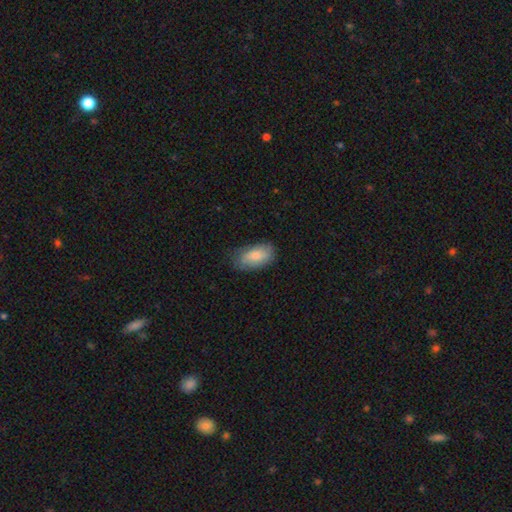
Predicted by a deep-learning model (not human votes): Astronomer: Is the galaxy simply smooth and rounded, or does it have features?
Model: smooth — 81%.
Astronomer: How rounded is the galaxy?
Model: in between — 93%.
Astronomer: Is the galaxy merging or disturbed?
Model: none — 75%.